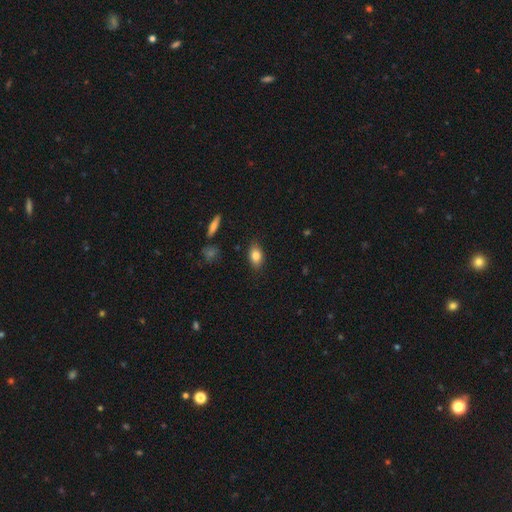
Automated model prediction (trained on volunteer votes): Smooth or featured? smooth (82%)
How rounded? in between (83%)
Merging? none (85%)